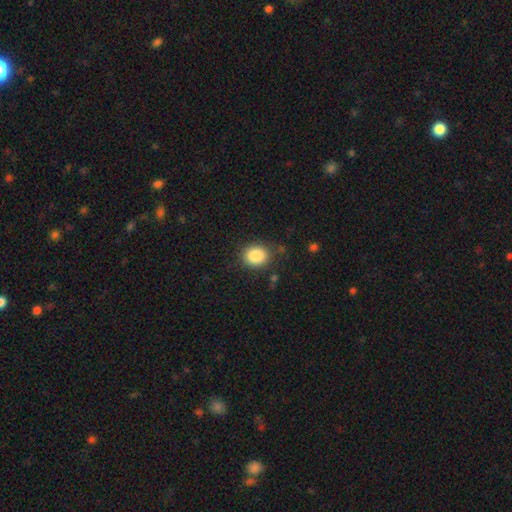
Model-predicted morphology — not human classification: smooth 86%, star or artifact 9%, featured or disk 5%. Down the decision tree: how rounded — round (69%); merging — none (83%).